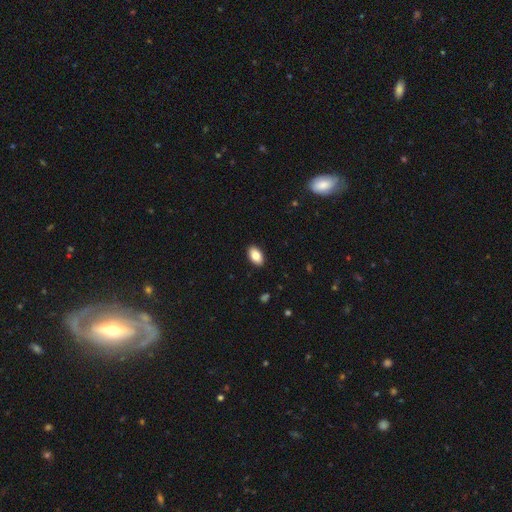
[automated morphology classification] This appears to be a smooth galaxy with no disk features (84%) that is in between round and cigar-shaped (93%). Merging: none (90%).